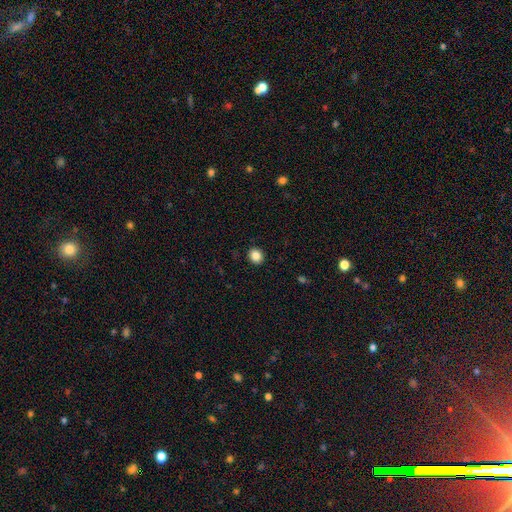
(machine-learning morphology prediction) This appears to be a smooth galaxy with no disk features (86%) that is round (71%). Merging: none (91%).